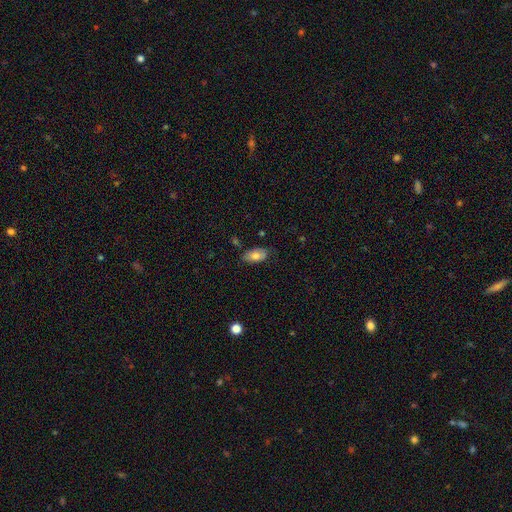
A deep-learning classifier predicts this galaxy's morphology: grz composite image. It shows a smooth galaxy with no disk features (75%) that is in between round and cigar-shaped (92%). Merging: none (74%).